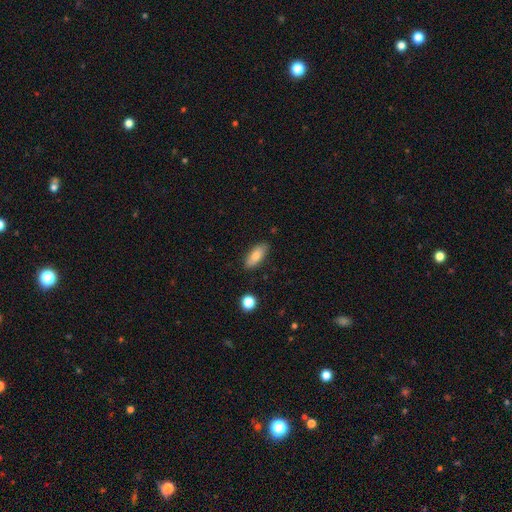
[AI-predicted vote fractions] Overall: smooth (78%). How rounded: in between (82%). Merging: none (84%).